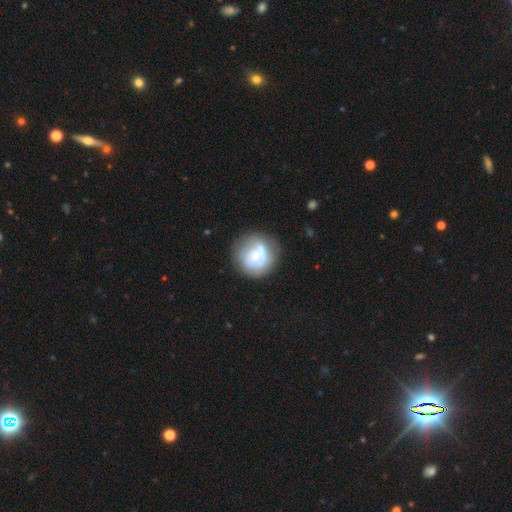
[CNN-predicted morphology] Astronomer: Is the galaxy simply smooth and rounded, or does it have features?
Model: featured or disk — 47% (runner-up: smooth, 45%).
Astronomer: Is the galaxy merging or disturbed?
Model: none — 59%.